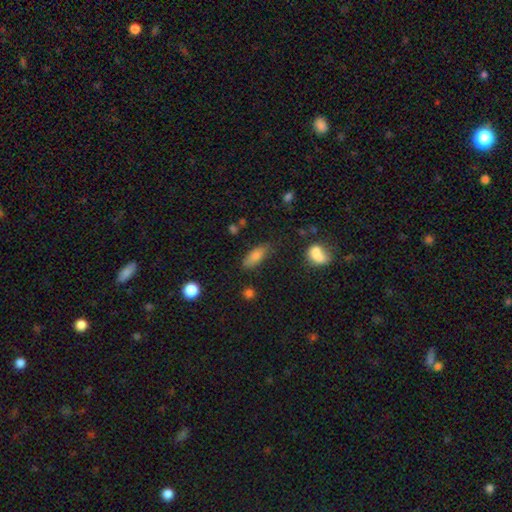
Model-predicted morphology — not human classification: type=smooth (77%); roundness=in between (71%); merging=none (74%).